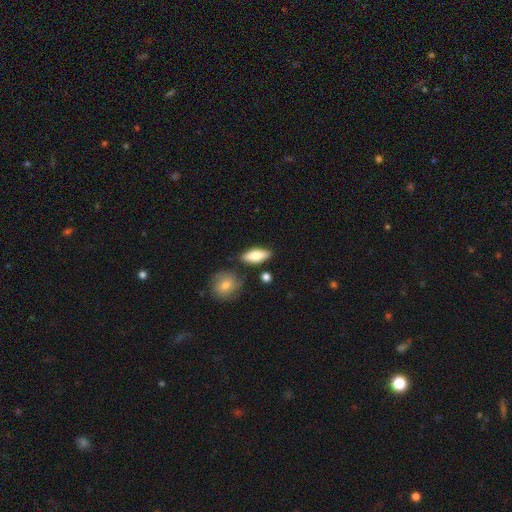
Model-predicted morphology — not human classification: This is likely a smooth galaxy (73%). How rounded: likely in between (76%). Merging: likely none (80%).